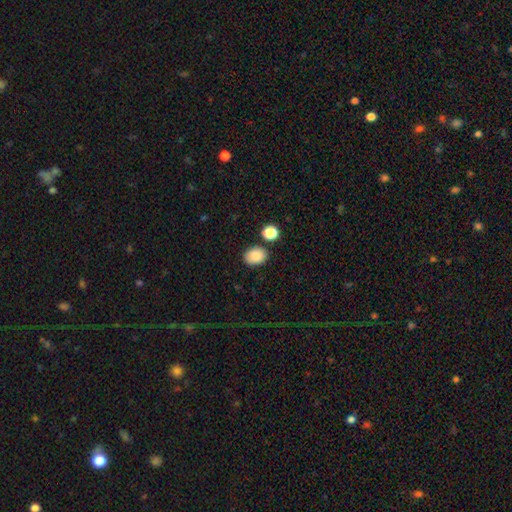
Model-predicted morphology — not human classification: The model was most divided on "how rounded": in between: 68%, round: 31%, cigar-shaped: 1%. More confident: smooth or featured — smooth (87%); merging — none (81%).